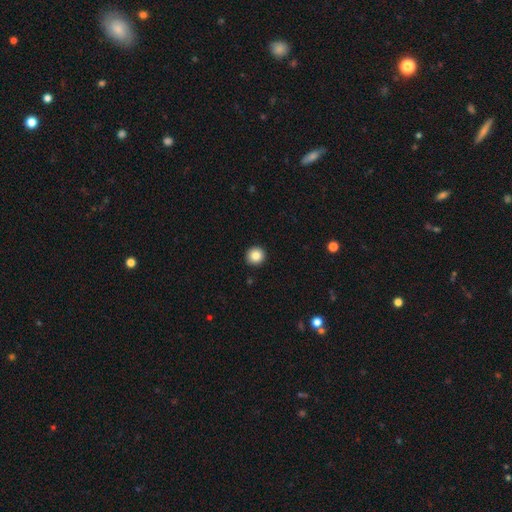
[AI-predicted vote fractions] smooth-or-featured: smooth: 85% | star or artifact: 9% | featured or disk: 6%
  how-rounded: round: 94% | in between: 5% | cigar-shaped: 1%
  merging: none: 93% | minor disturbance: 5% | major disturbance: 1% | merger: 1%